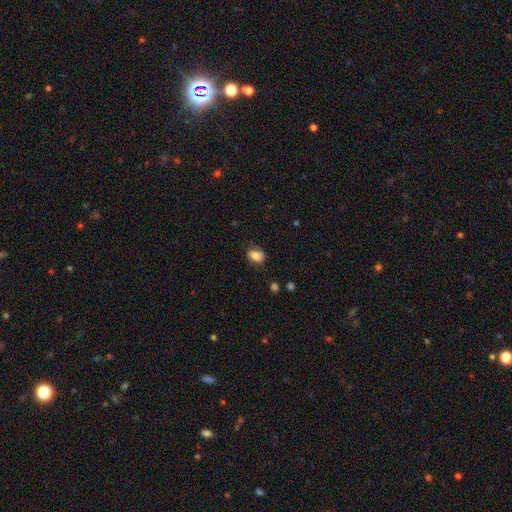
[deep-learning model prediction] Q: Smooth or featured?
A: smooth (80%); runner-up: featured or disk (11%)
Q: How rounded?
A: in between (69%); runner-up: round (29%)
Q: Merging?
A: none (67%); runner-up: minor disturbance (24%)